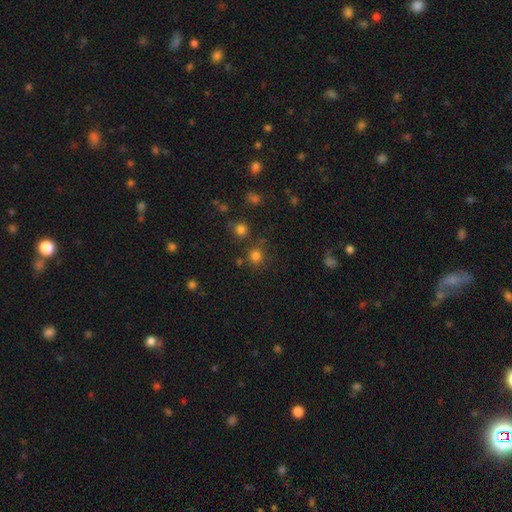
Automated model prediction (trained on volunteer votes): smooth 77%, star or artifact 18%, featured or disk 5%. Down the decision tree: how rounded — round (91%); merging — none (78%).